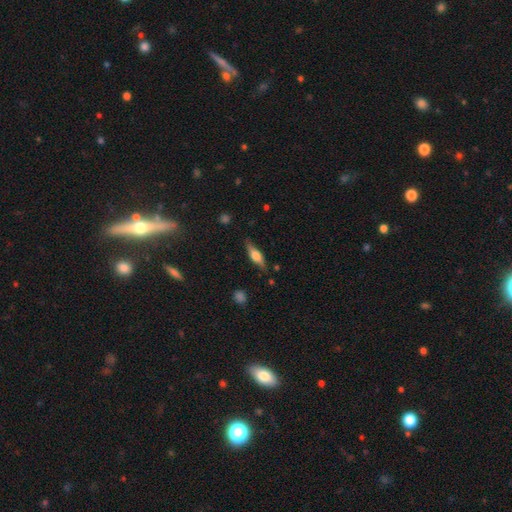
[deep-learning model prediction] This is possibly a featured or disk galaxy (49%). Merging: likely none (80%).